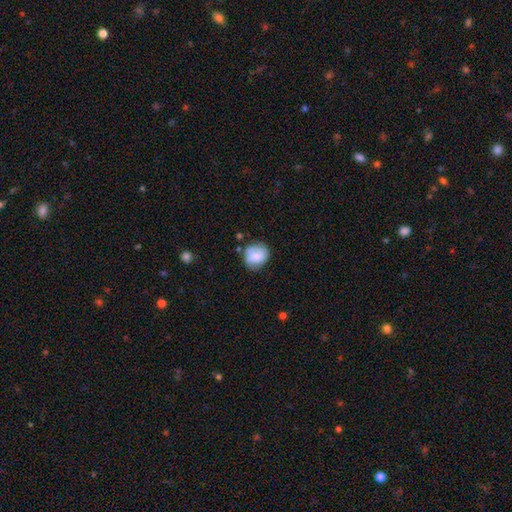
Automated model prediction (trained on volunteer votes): Smooth or featured? Predicted: smooth (p=0.77). How rounded? Predicted: round (p=0.75). Merging? Predicted: none (p=0.66).